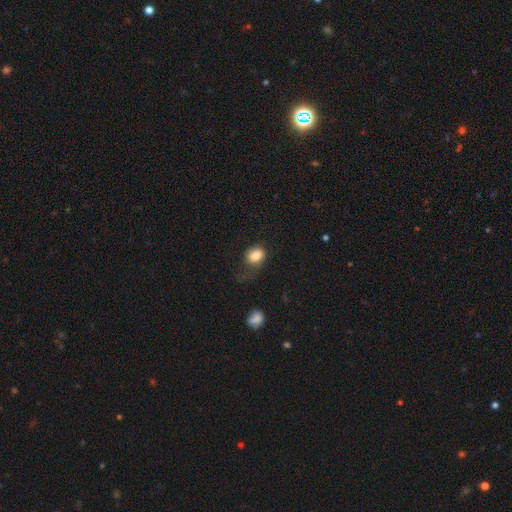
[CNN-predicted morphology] type=smooth (82%); roundness=round (51%); merging=none (53%).